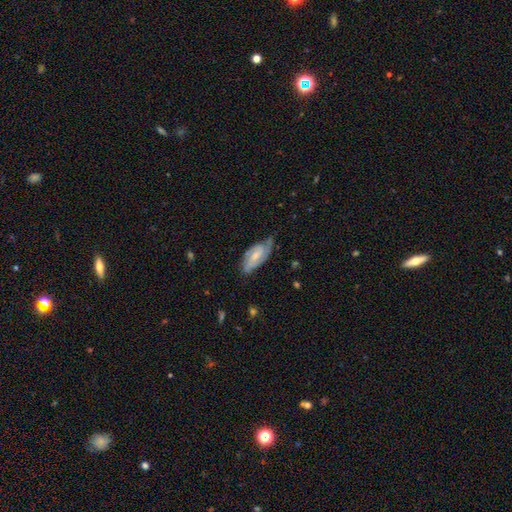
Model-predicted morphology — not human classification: This is likely a featured or disk galaxy (64%). It is clearly not viewed edge-on (91%). Bar: possibly weak (48%). Spiral arm pattern: clearly yes (90%). Spiral arm count: likely 2 (66%). Spiral winding: marginally medium (43%). Central bulge: marginally small (41%). Merging: possibly none (57%).